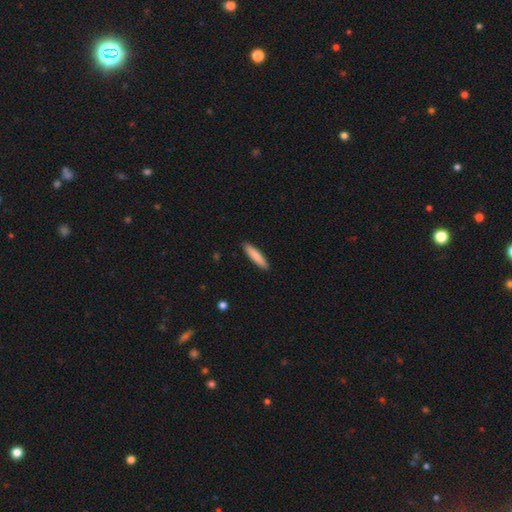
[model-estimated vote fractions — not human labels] smooth 84%, featured or disk 10%, star or artifact 5%. Down the decision tree: how rounded — cigar-shaped (85%); merging — none (91%).